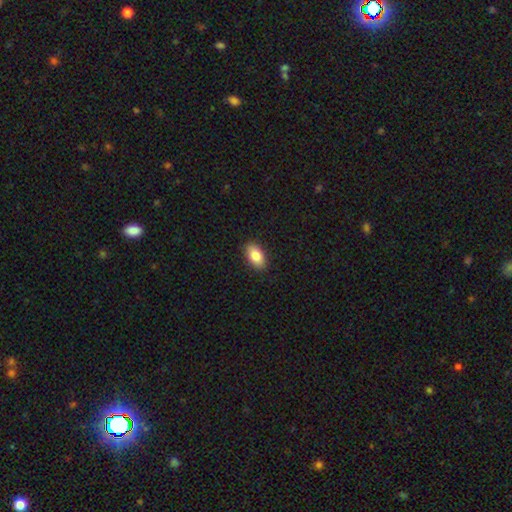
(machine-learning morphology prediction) Q: Smooth or featured?
A: smooth (86%); runner-up: featured or disk (7%)
Q: How rounded?
A: in between (92%); runner-up: round (5%)
Q: Merging?
A: none (89%); runner-up: minor disturbance (8%)